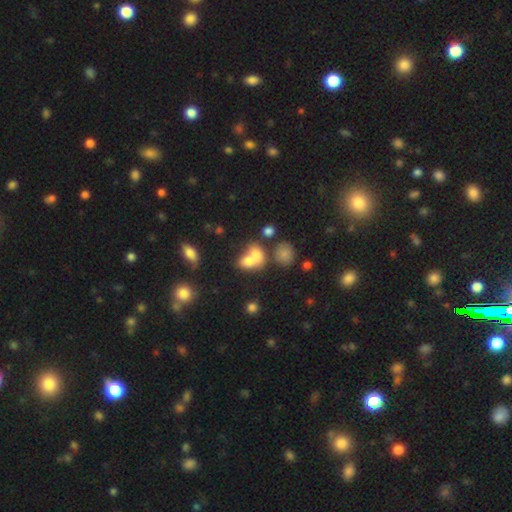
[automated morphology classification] This is likely a smooth galaxy (71%). How rounded: possibly in between (58%). Merging: likely merger (64%).